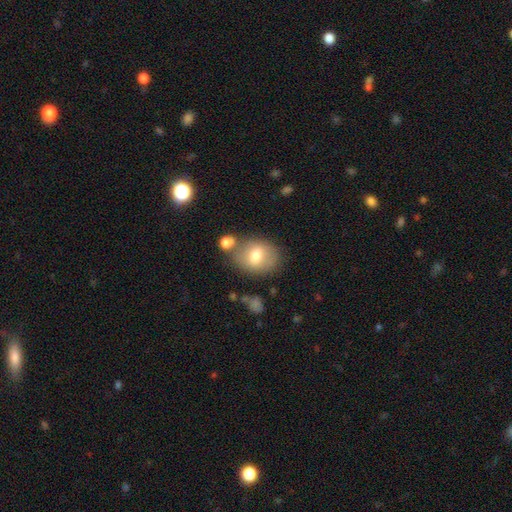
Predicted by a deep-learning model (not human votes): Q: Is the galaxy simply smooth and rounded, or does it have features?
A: smooth — 70%.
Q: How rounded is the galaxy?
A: in between — 51%.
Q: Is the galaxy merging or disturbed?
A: none — 63%.